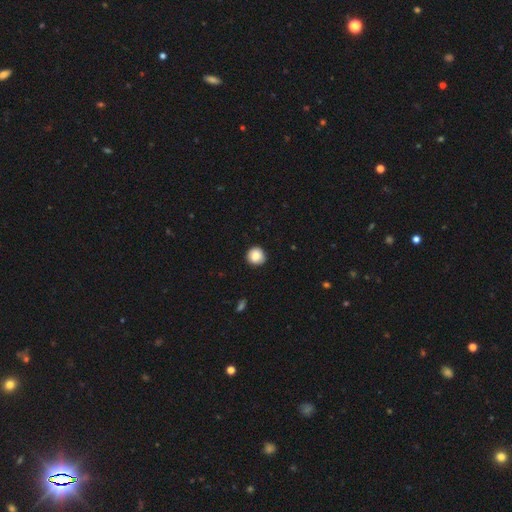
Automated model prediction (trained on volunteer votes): A smooth galaxy with no disk features (87%) that is round (93%). Merging: none (90%).